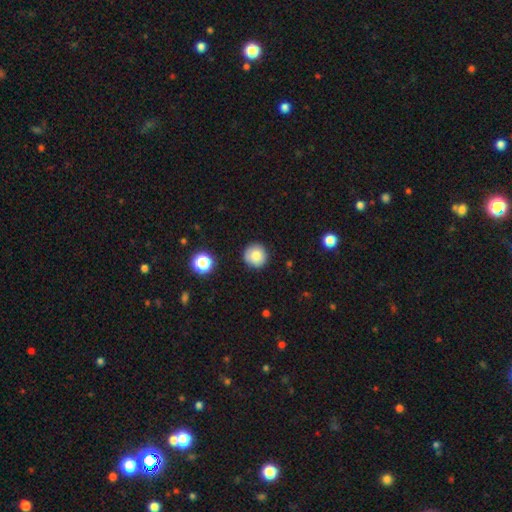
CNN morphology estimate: Overall: smooth (81%). How rounded: round (95%). Merging: none (87%).